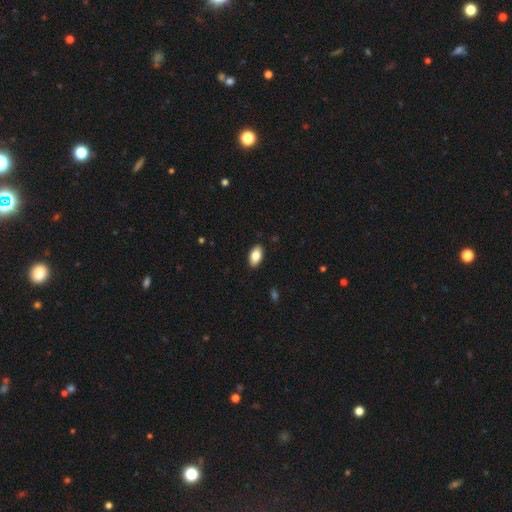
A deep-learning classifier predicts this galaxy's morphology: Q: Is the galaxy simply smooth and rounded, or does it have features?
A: smooth — 83%.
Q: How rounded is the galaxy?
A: in between — 93%.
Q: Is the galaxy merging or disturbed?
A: none — 89%.